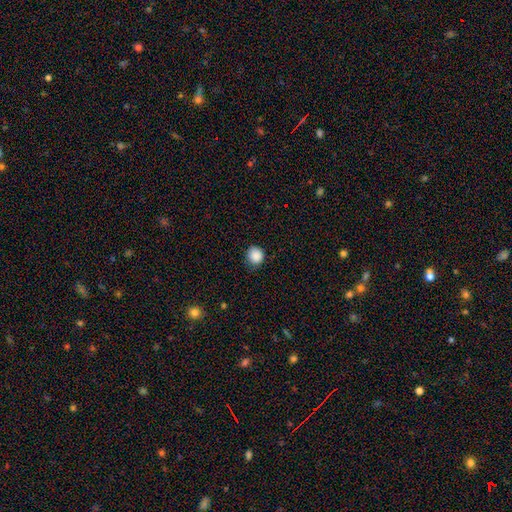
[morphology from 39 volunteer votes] Volunteers were most divided on "merging": none: 67%, minor disturbance: 33%, major disturbance: 0%, merger: 0%. More confident: how rounded — round (91%); smooth or featured — smooth (87%).